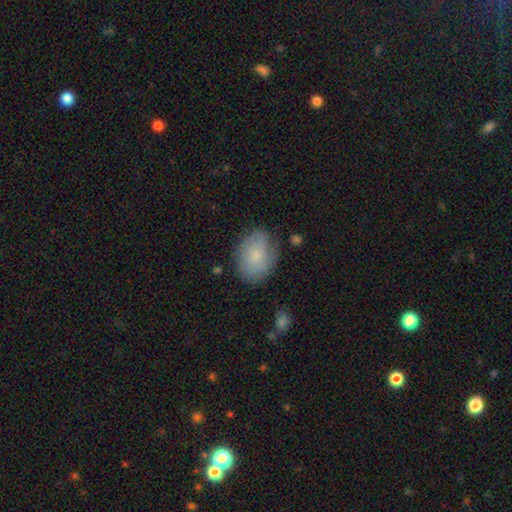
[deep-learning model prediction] This is likely a smooth galaxy (76%). How rounded: likely in between (76%). Merging: likely none (74%).